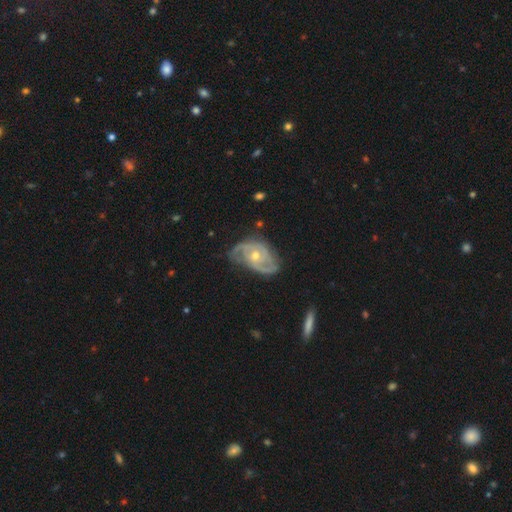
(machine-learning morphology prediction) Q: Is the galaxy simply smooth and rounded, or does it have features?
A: featured or disk — 88%.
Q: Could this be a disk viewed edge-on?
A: no — 97%.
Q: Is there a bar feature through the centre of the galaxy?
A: no — 69%.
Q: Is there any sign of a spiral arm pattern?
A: yes — 96%.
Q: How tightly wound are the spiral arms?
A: tight — 48%.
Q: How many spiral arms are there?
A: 2 — 50%.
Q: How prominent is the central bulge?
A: moderate — 52%.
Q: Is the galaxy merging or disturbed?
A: none — 65%.